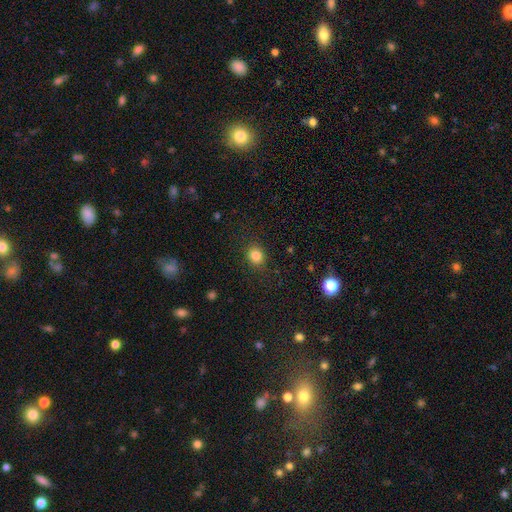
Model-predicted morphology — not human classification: type=smooth (84%); roundness=round (73%); merging=none (87%).